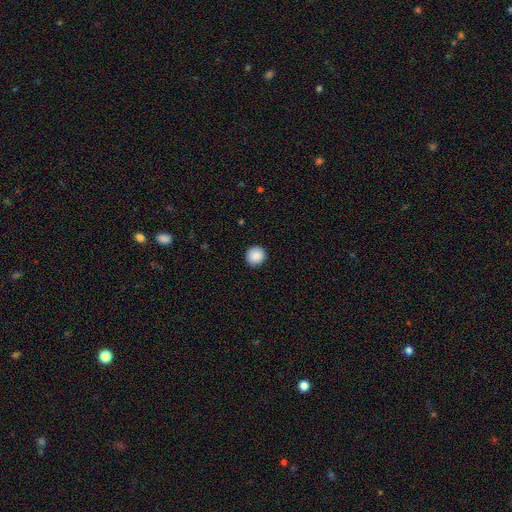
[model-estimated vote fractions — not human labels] Smooth or featured? smooth (88%)
How rounded? round (93%)
Merging? none (92%)